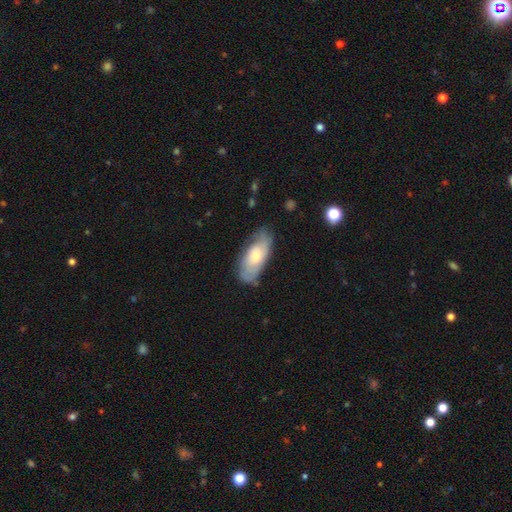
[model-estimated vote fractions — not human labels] A featured or disk galaxy (53%).

Vote fractions:
- Smooth or featured? featured or disk: 53% / smooth: 41% / star or artifact: 6%
- Edge-on disk? no: 87% / yes: 13%
- Merging? none: 69% / minor disturbance: 23% / major disturbance: 6% / merger: 2%